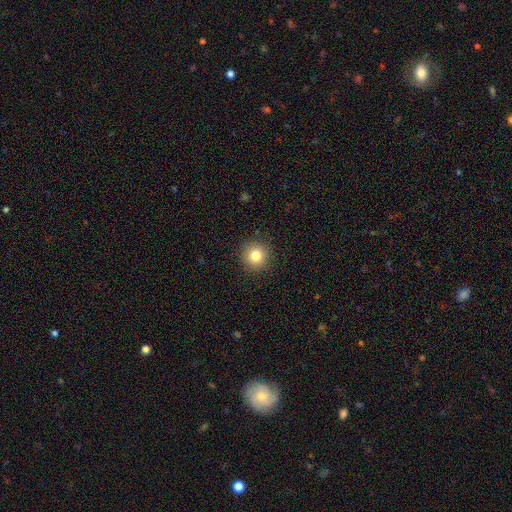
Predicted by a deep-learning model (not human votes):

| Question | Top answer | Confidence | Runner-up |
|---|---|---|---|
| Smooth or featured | smooth | 82% | star or artifact (11%) |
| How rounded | round | 94% | in between (5%) |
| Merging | none | 91% | minor disturbance (6%) |